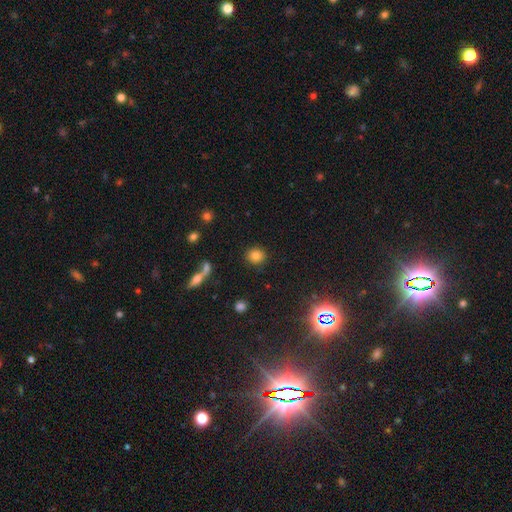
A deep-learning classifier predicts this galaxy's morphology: A smooth galaxy with no disk features (80%) that is round (85%). Merging: none (89%).